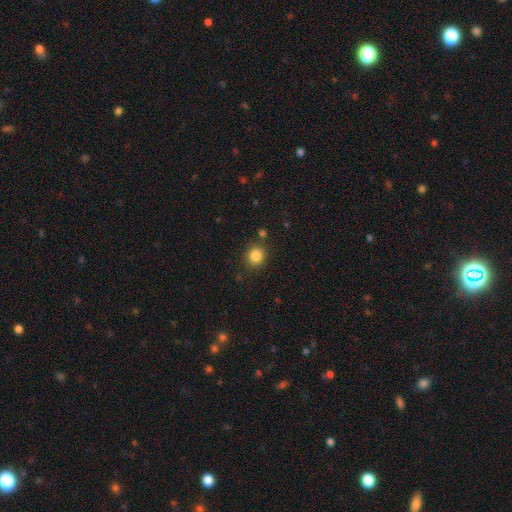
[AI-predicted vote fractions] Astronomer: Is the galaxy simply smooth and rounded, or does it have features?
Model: smooth — 85%.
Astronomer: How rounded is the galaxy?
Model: round — 77%.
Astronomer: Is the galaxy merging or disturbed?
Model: none — 82%.